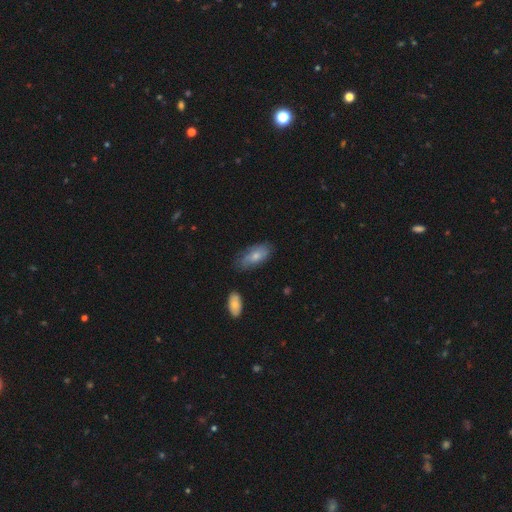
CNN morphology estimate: type=smooth (69%); roundness=in between (88%); merging=none (64%).